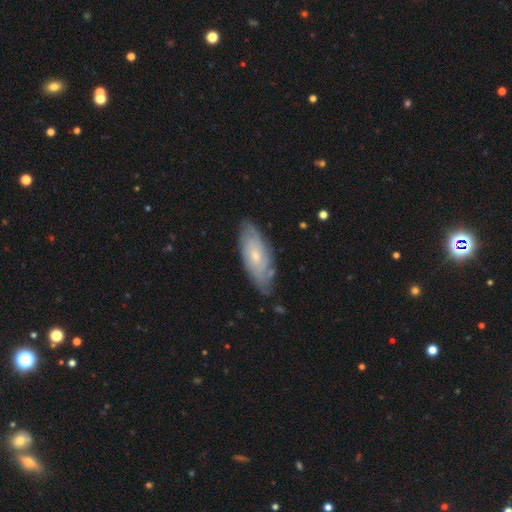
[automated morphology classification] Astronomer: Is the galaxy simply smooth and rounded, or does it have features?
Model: featured or disk — 67%.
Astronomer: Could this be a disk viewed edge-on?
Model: no — 86%.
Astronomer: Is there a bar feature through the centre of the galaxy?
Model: no — 72%.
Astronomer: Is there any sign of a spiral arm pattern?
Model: yes — 88%.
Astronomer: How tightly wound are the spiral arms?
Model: tight — 67%.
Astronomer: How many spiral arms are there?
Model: can't tell — 59%.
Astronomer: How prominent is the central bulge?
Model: small — 60% (runner-up: moderate, 35%).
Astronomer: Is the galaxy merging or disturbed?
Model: none — 75%.